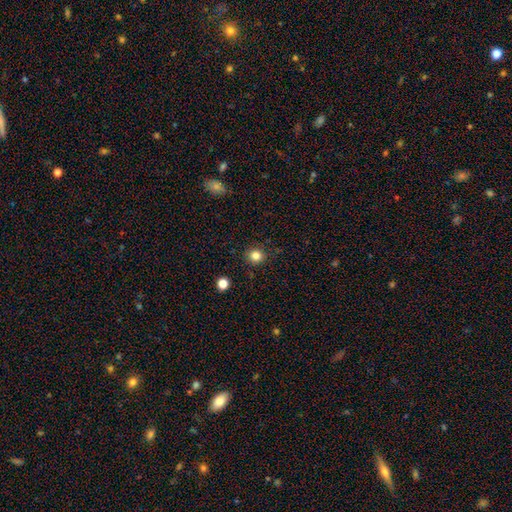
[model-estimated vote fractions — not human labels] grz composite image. It shows a smooth galaxy with no disk features (83%) that is round (85%). Merging: none (87%).